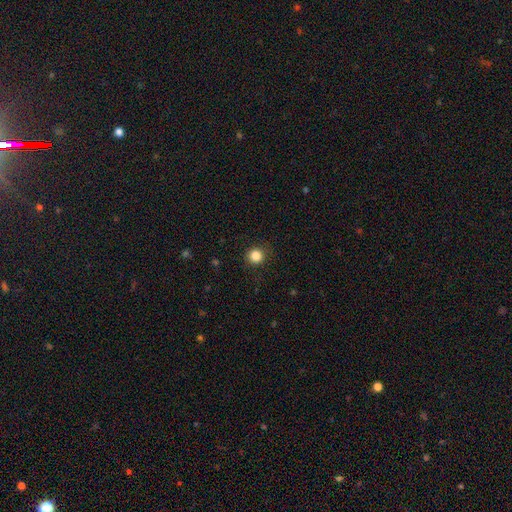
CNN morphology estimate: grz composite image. It shows a smooth galaxy with no disk features (85%) that is round (94%). Merging: none (90%).